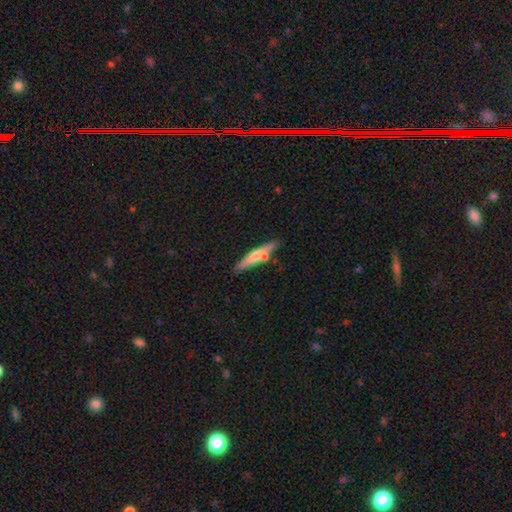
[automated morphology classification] smooth 53%, featured or disk 42%, star or artifact 6%. Down the decision tree: how rounded — cigar-shaped (89%); merging — none (72%).